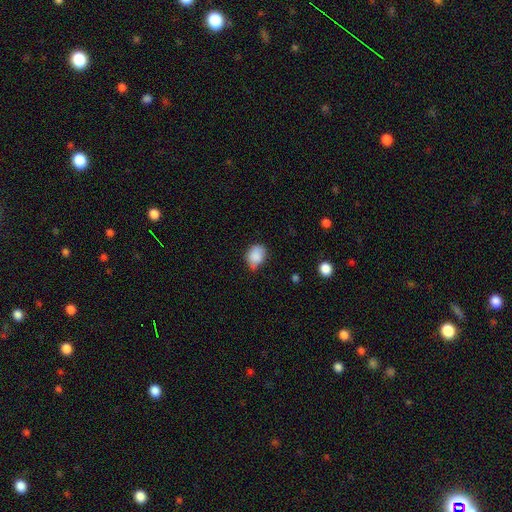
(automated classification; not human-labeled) Morphology: type=smooth (86%); roundness=in between (56%); merging=none (53%).